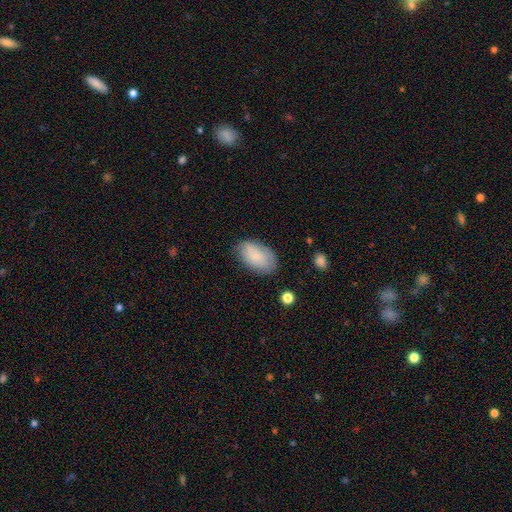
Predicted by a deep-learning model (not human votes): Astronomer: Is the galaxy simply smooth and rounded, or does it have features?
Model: smooth — 81%.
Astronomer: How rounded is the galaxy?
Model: in between — 94%.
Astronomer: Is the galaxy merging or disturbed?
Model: none — 77%.